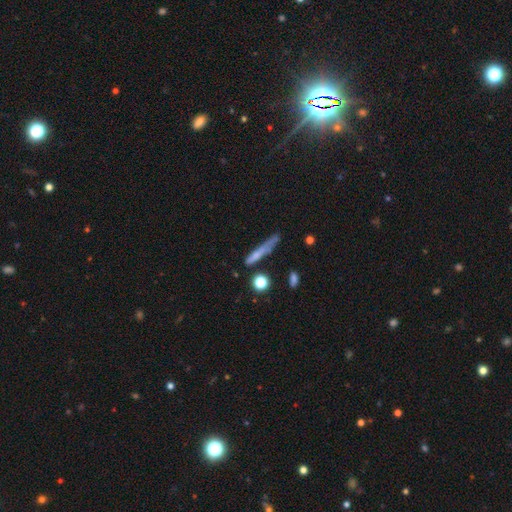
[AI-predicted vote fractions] smooth_or_featured: smooth (p=0.57) [alt: featured or disk p=0.31]
how_rounded: cigar-shaped (p=0.88) [alt: in between p=0.08]
merging: none (p=0.53) [alt: minor disturbance p=0.26]